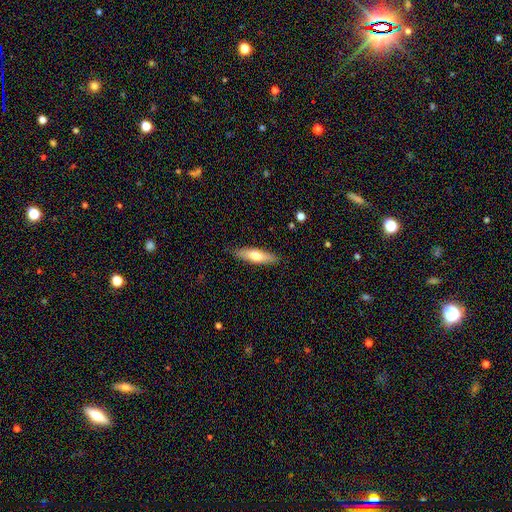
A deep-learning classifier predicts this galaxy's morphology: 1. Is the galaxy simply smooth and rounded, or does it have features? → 63% smooth, 31% featured or disk, 6% star or artifact.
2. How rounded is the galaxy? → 63% cigar-shaped, 36% in between, 2% round.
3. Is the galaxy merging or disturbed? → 87% none, 10% minor disturbance, 2% major disturbance, 1% merger.